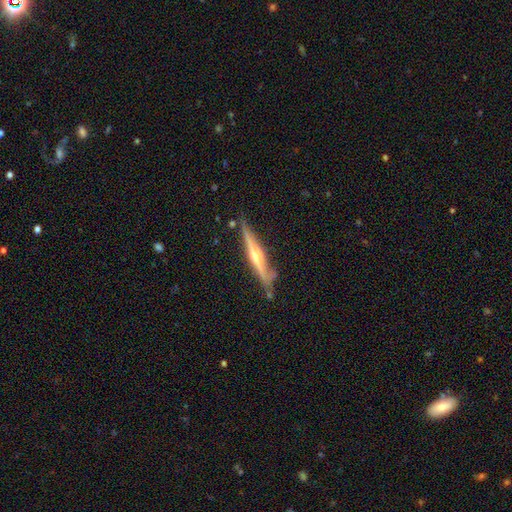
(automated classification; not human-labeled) Smooth or featured?
  - featured or disk: 76% *
  - smooth: 19%
  - star or artifact: 6%
Edge-on disk?
  - yes: 96% *
  - no: 4%
Edge-on bulge?
  - rounded: 84% *
  - none: 10%
  - boxy: 6%
Merging?
  - none: 78% *
  - minor disturbance: 16%
  - merger: 3%
  - major disturbance: 3%